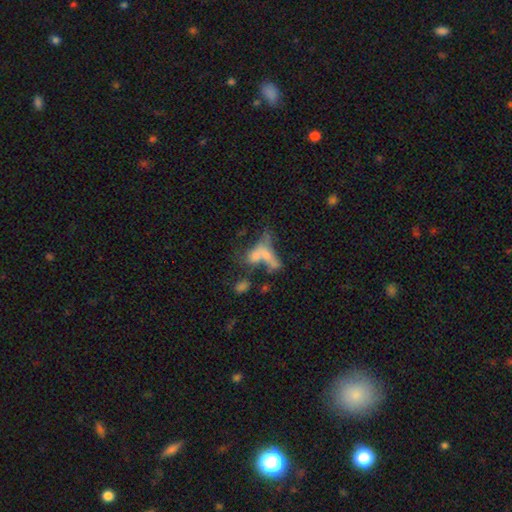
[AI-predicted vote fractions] smooth-or-featured: smooth: 52% | featured or disk: 35% | star or artifact: 14%
  how-rounded: in between: 67% | cigar-shaped: 20% | round: 13%
  merging: merger: 59% | none: 19% | major disturbance: 13% | minor disturbance: 9%